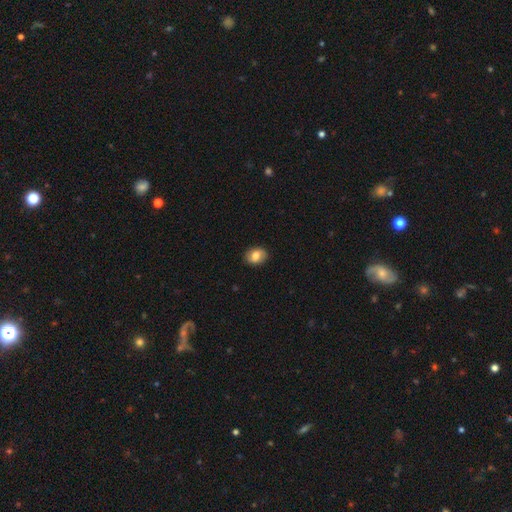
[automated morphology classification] smooth 77%, featured or disk 15%, star or artifact 8%. Down the decision tree: how rounded — in between (60%); merging — none (88%).